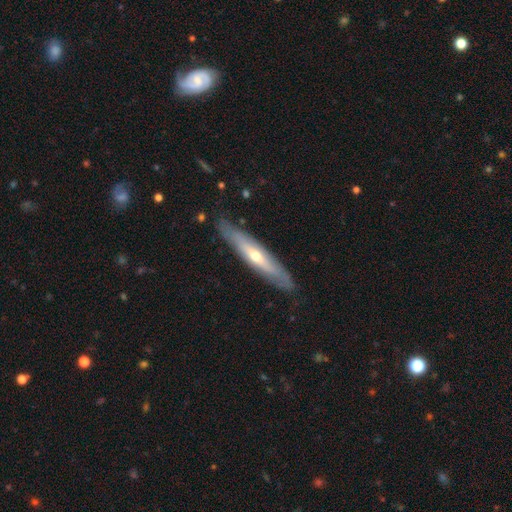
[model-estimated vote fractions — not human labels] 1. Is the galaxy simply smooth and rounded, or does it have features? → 61% featured or disk, 34% smooth, 6% star or artifact.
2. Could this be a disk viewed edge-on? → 75% yes, 25% no.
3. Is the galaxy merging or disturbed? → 84% none, 12% minor disturbance, 2% major disturbance, 1% merger.